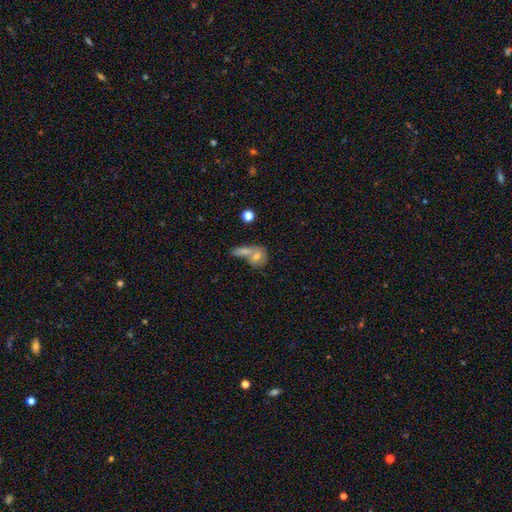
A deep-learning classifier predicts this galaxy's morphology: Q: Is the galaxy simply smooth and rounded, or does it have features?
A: smooth — 70%.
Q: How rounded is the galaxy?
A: round — 47%.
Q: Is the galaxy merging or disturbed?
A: merger — 56%.